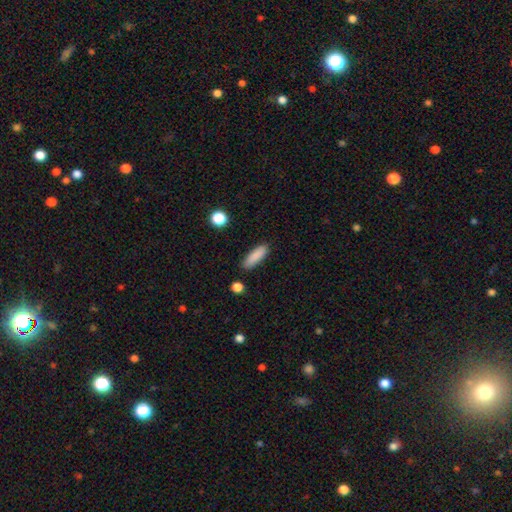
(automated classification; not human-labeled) Smooth or featured? Predicted: smooth (p=0.87). How rounded? Predicted: cigar-shaped (p=0.51). Merging? Predicted: none (p=0.87).